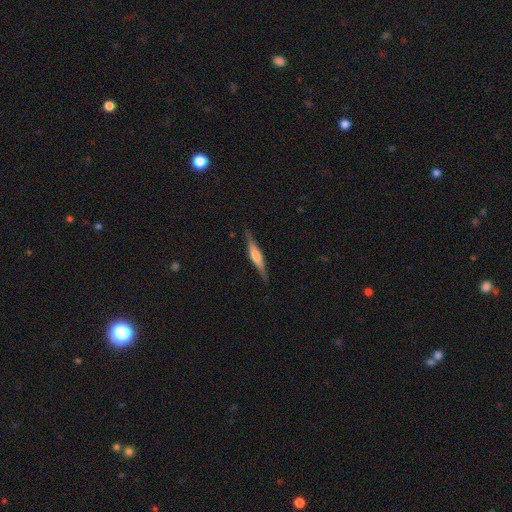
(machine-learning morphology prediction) Q: Smooth or featured?
A: featured or disk (64%); runner-up: smooth (30%)
Q: Edge-on disk?
A: yes (97%); runner-up: no (3%)
Q: Edge-on bulge?
A: rounded (61%); runner-up: boxy (29%)
Q: Merging?
A: none (87%); runner-up: minor disturbance (10%)